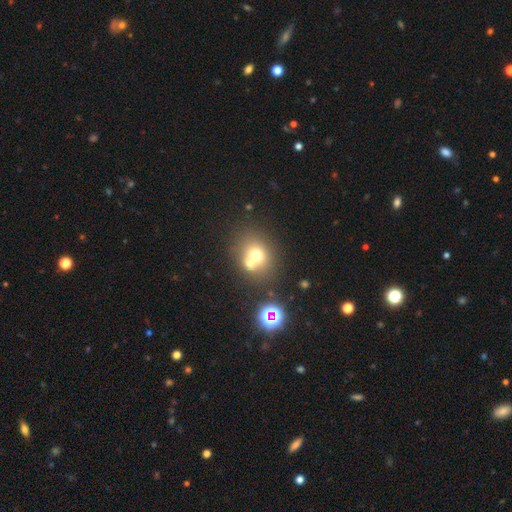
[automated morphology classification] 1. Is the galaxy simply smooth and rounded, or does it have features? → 65% smooth, 18% featured or disk, 16% star or artifact.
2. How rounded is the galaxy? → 70% round, 29% in between, 1% cigar-shaped.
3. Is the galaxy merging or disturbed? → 44% merger (tied), 44% none (tied), 8% minor disturbance, 4% major disturbance.